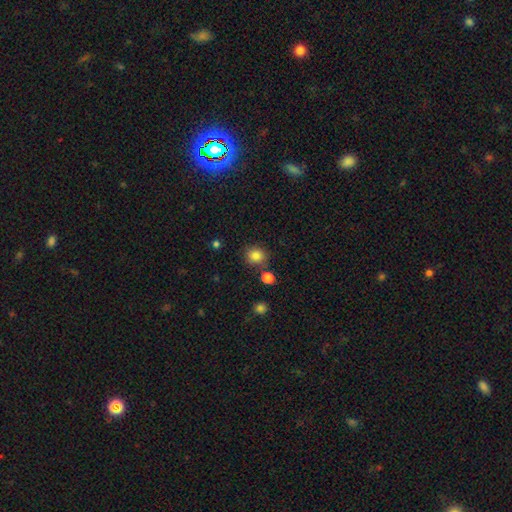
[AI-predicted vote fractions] This is clearly a smooth galaxy (84%). How rounded: clearly round (82%). Merging: likely none (77%).